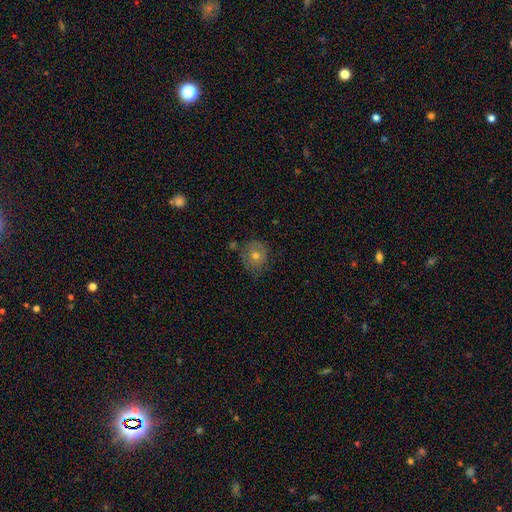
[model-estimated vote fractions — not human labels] Smooth or featured? smooth (52%)
How rounded? round (75%)
Merging? none (71%)